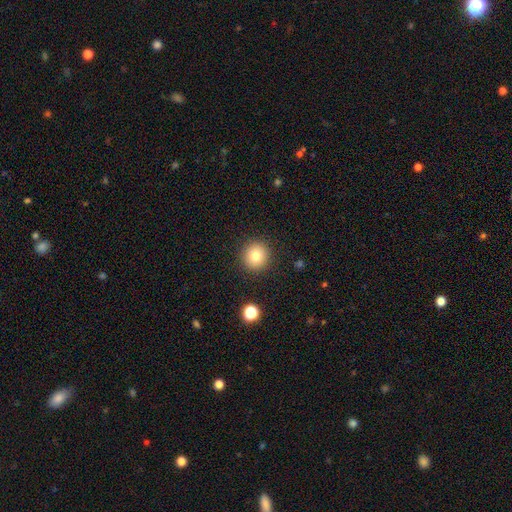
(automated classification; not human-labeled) Smooth or featured? smooth (79%)
How rounded? round (94%)
Merging? none (91%)